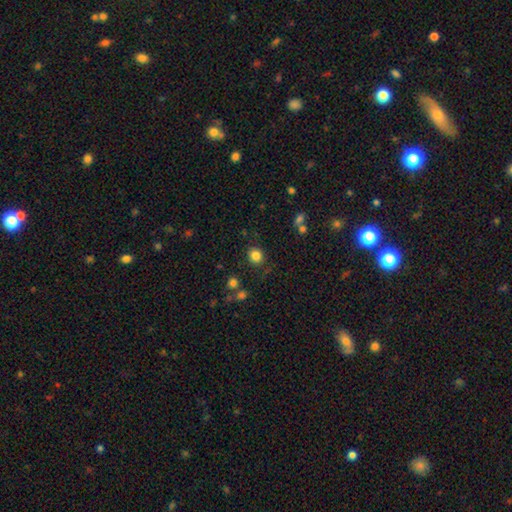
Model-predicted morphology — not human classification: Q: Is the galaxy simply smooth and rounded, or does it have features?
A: smooth — 83%.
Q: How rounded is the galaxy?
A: round — 82%.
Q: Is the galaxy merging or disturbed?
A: none — 85%.